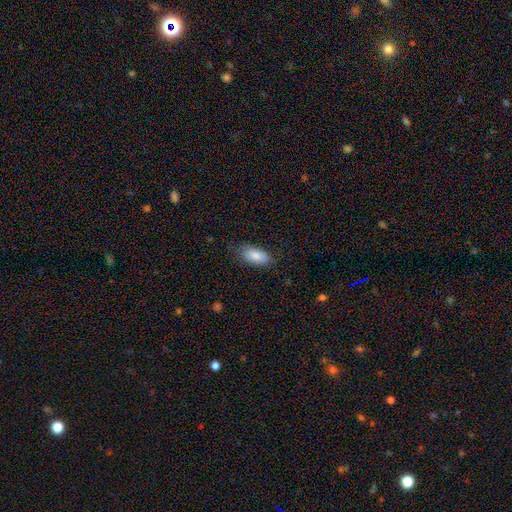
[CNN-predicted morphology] type=smooth (85%); roundness=in between (90%); merging=none (79%).